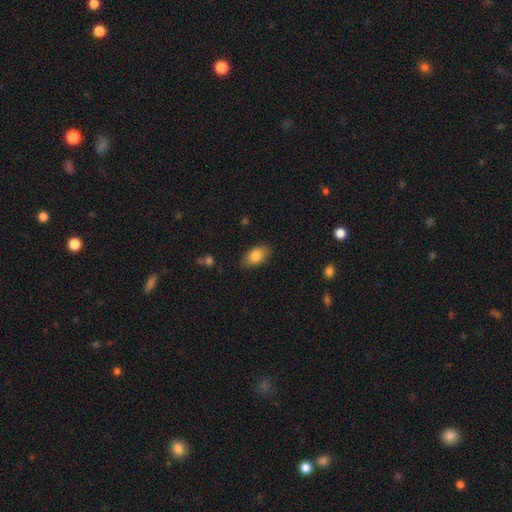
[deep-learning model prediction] smooth_or_featured: smooth (p=0.82) [alt: featured or disk p=0.10]
how_rounded: in between (p=0.89) [alt: round p=0.08]
merging: none (p=0.83) [alt: minor disturbance p=0.13]